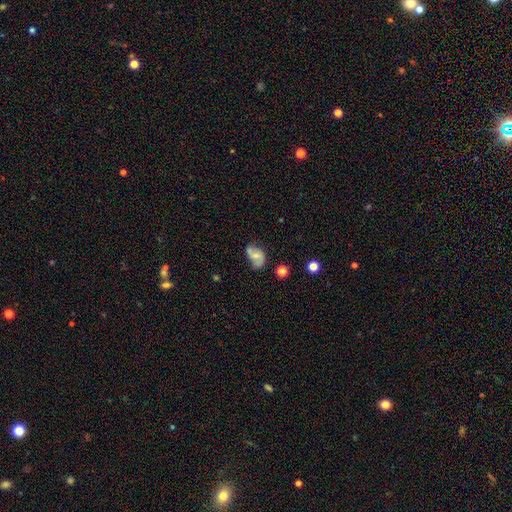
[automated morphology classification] featured or disk 48%, smooth 42%, star or artifact 10%. Down the decision tree: merging — none (45%).